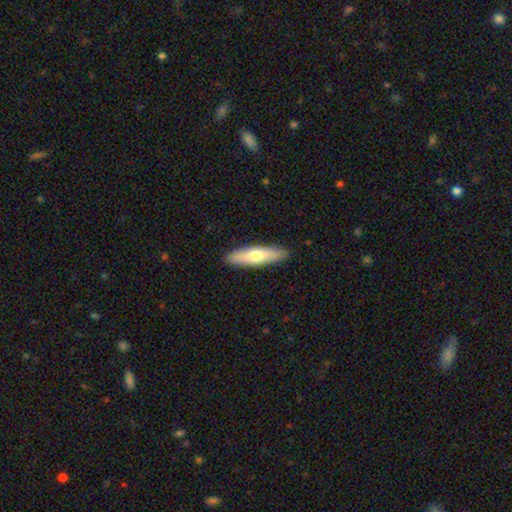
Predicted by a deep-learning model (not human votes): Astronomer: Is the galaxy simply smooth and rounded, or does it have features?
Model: smooth — 65%.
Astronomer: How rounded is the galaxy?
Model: cigar-shaped — 71%.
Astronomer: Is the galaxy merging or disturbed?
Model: none — 90%.